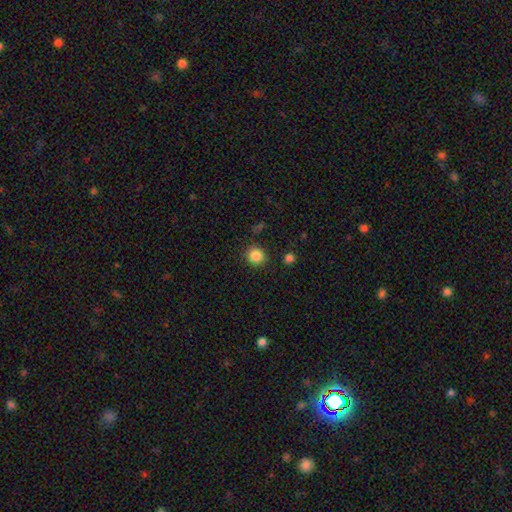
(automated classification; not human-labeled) This appears to be a smooth galaxy with no disk features (85%) that is round (88%). Merging: none (87%).